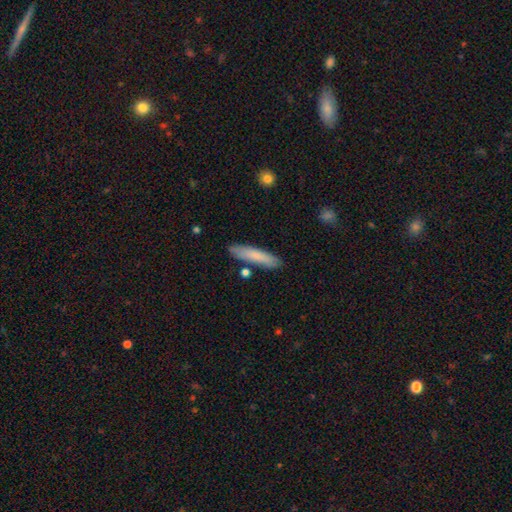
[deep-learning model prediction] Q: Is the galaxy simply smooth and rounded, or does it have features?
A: smooth — 77%.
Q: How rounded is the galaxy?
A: cigar-shaped — 87%.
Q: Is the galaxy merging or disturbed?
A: none — 85%.